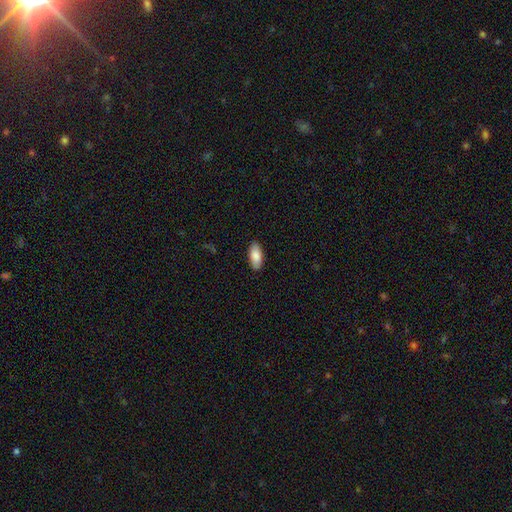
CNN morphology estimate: Q: Smooth or featured?
A: smooth (86%); runner-up: featured or disk (8%)
Q: How rounded?
A: in between (88%); runner-up: cigar-shaped (10%)
Q: Merging?
A: none (88%); runner-up: minor disturbance (9%)